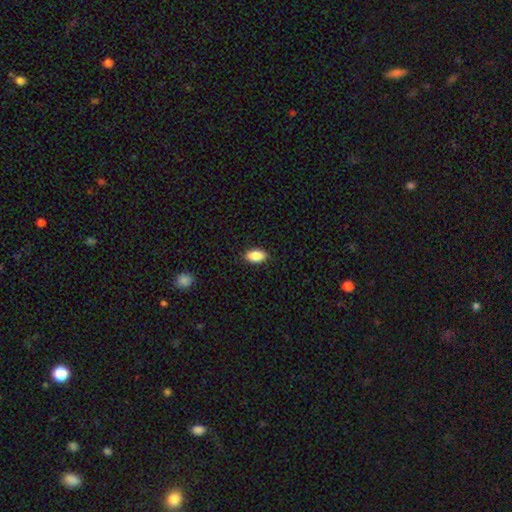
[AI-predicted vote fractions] smooth 89%, star or artifact 7%, featured or disk 4%. Down the decision tree: how rounded — in between (93%); merging — none (87%).